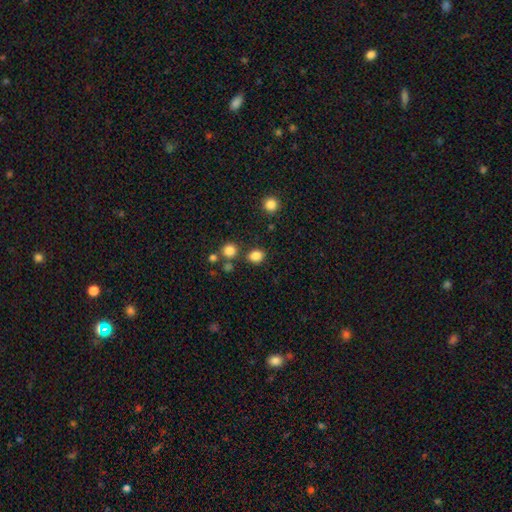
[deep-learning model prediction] Overall: smooth (84%). How rounded: round (60%; in between 39%). Merging: none (80%).